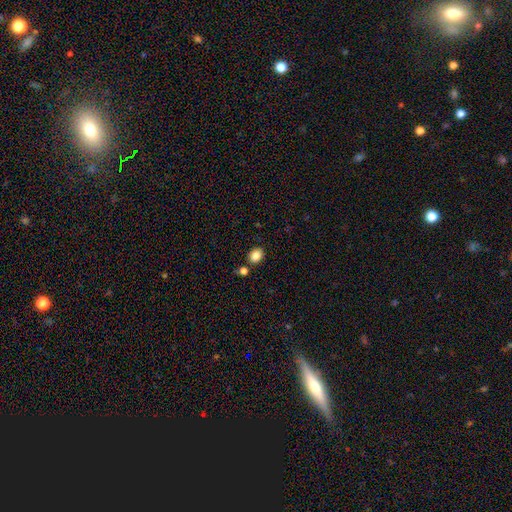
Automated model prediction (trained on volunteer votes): Smooth or featured? Predicted: smooth (p=0.85). How rounded? Predicted: in between (p=0.50). Merging? Predicted: none (p=0.81).